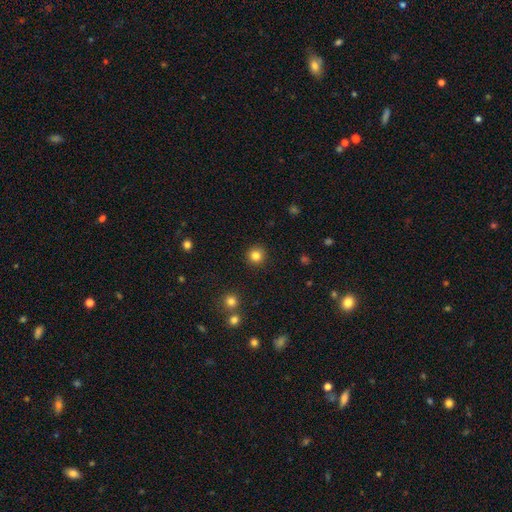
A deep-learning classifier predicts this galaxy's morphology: Q: Smooth or featured?
A: smooth (83%); runner-up: star or artifact (12%)
Q: How rounded?
A: round (94%); runner-up: in between (5%)
Q: Merging?
A: none (92%); runner-up: minor disturbance (5%)